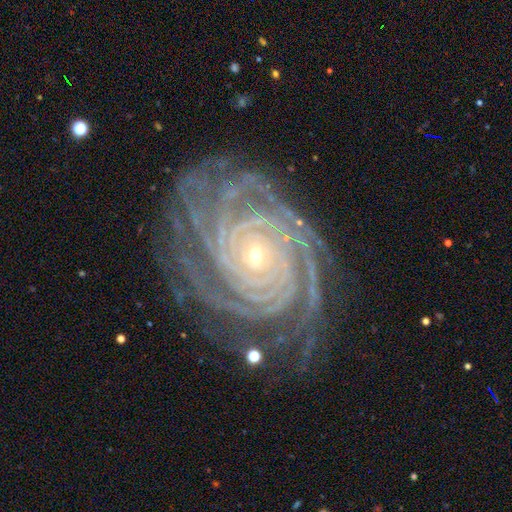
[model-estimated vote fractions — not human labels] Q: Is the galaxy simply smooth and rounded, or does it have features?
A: featured or disk — 92%.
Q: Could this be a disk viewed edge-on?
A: no — 98%.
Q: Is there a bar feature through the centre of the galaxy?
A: no — 70%.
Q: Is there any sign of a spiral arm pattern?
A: yes — 99%.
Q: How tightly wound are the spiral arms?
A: tight — 88%.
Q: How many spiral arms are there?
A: more than 4 — 34%.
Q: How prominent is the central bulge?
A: small — 79%.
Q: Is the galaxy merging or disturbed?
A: none — 79%.